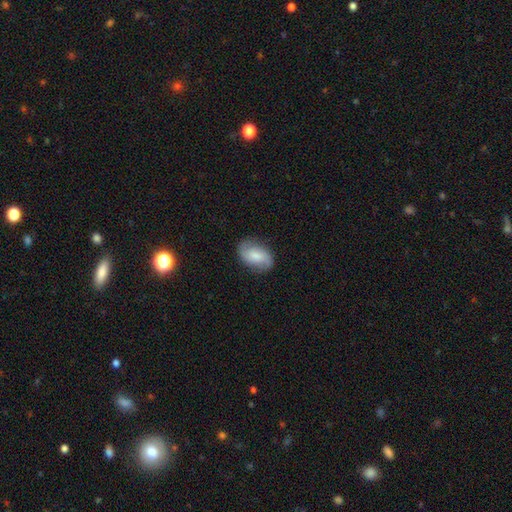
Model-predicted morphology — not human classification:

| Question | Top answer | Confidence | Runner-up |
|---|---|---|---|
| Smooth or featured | smooth | 48% | featured or disk (44%) |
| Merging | none | 80% | minor disturbance (15%) |